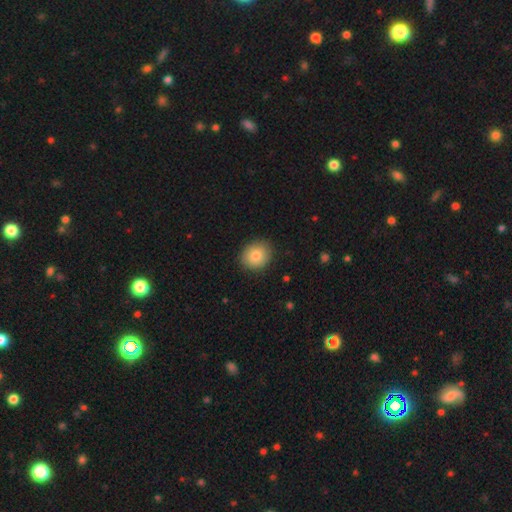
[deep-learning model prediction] A smooth galaxy with no disk features (82%) that is round (69%).

Vote fractions:
- Smooth or featured? smooth: 82% / featured or disk: 10% / star or artifact: 8%
- How rounded? round: 69% / in between: 30% / cigar-shaped: 1%
- Merging? none: 88% / minor disturbance: 9% / major disturbance: 2% / merger: 1%